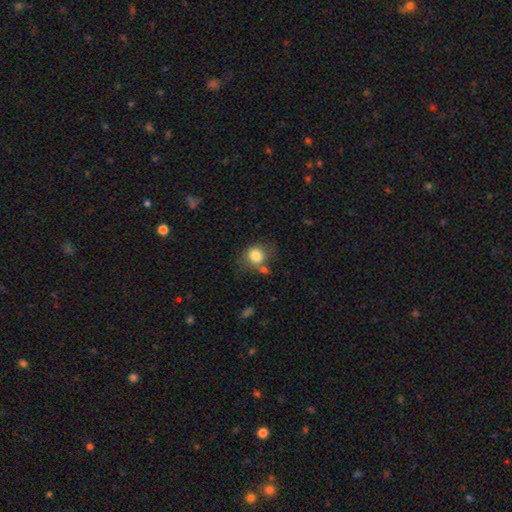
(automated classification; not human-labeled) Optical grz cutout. It shows a smooth galaxy with no disk features (81%) that is round (68%). Merging: none (53%).